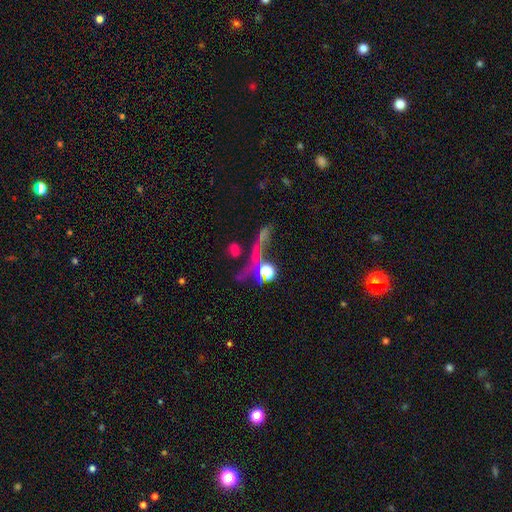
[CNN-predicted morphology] Smooth or featured? Predicted: star or artifact (p=0.47).